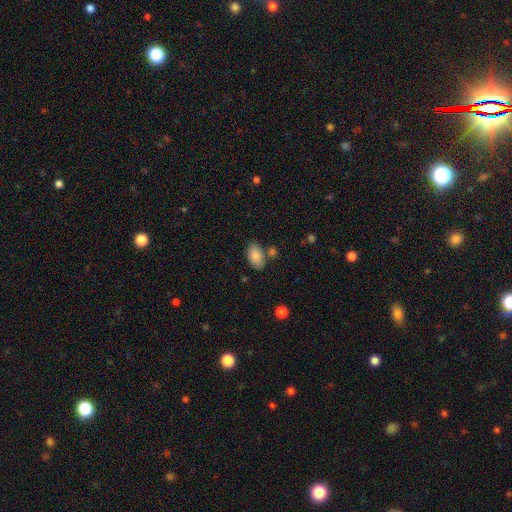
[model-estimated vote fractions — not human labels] This is clearly a smooth galaxy (85%). How rounded: clearly in between (93%). Merging: likely none (75%).